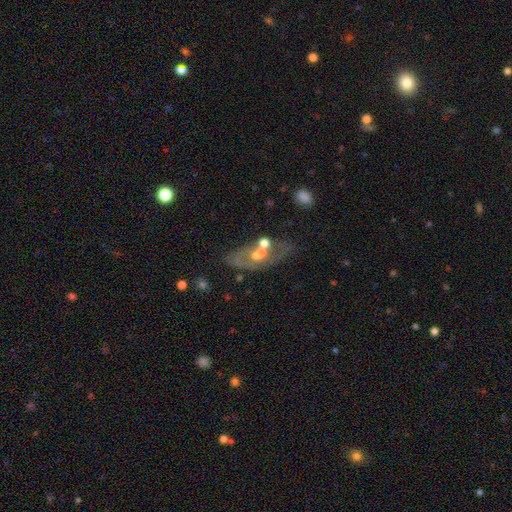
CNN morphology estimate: This appears to be a featured or disk galaxy (55%). Merging: none (42%).